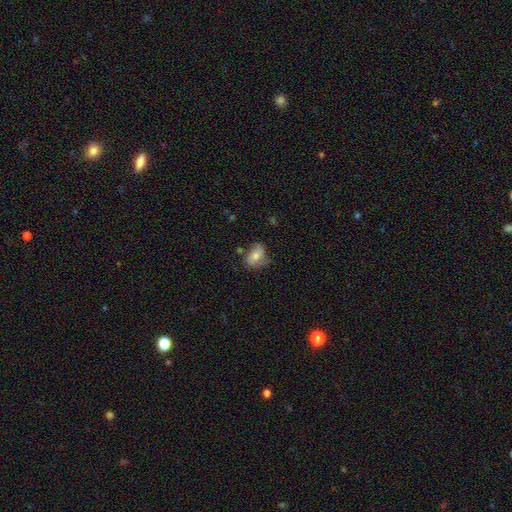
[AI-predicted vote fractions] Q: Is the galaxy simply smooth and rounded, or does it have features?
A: smooth — 73%.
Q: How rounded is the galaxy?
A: in between — 71%.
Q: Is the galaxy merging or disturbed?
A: none — 62%.